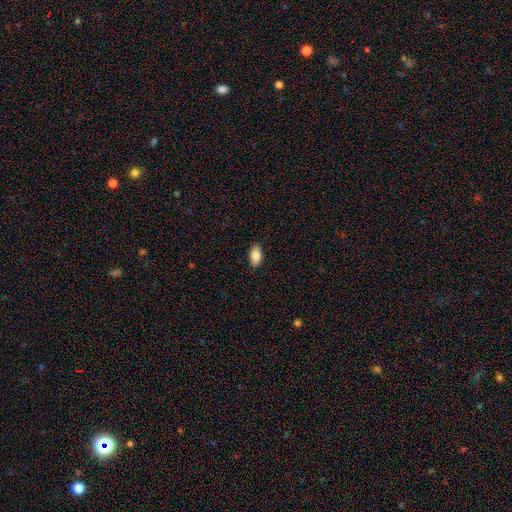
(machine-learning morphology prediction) This appears to be a smooth galaxy with no disk features (87%) that is in between round and cigar-shaped (93%). Merging: none (88%).